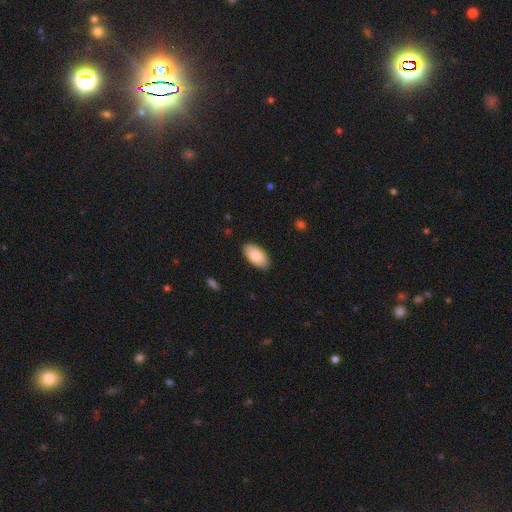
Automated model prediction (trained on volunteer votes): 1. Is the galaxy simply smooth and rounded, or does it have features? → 86% smooth, 8% featured or disk, 6% star or artifact.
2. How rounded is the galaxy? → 96% in between, 2% cigar-shaped, 2% round.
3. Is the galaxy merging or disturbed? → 88% none, 9% minor disturbance, 2% major disturbance, 1% merger.